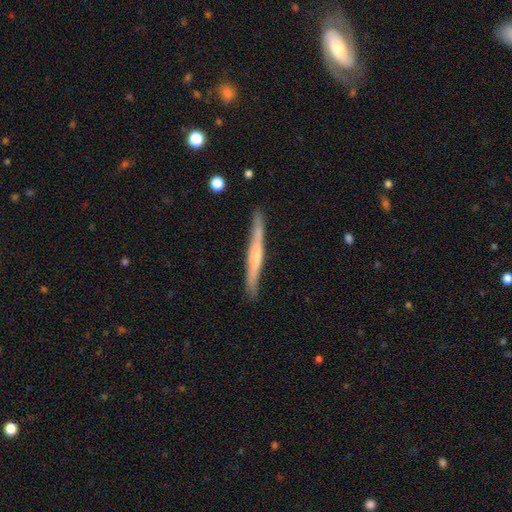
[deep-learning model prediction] smooth_or_featured: featured or disk (p=0.58) [alt: smooth p=0.37]
disk_edge_on: yes (p=0.95) [alt: no p=0.05]
edge_on_bulge: none (p=0.52) [alt: rounded p=0.37]
merging: none (p=0.87) [alt: minor disturbance p=0.10]